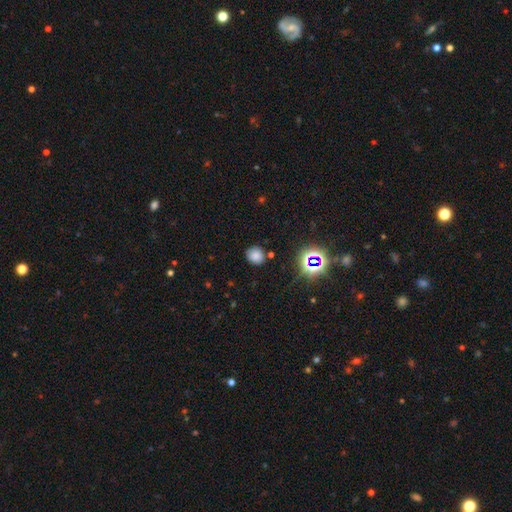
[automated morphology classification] smooth 73%, star or artifact 20%, featured or disk 7%. Down the decision tree: how rounded — round (81%); merging — none (82%).